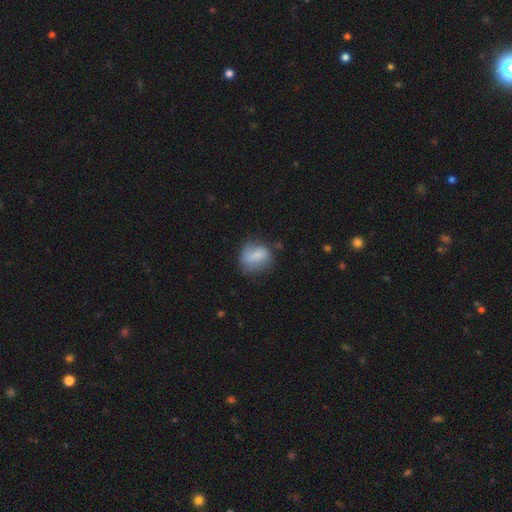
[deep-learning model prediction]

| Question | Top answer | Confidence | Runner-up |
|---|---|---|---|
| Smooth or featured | smooth | 69% | featured or disk (23%) |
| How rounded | round | 53% | in between (46%) |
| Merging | none | 50% | minor disturbance (30%) |